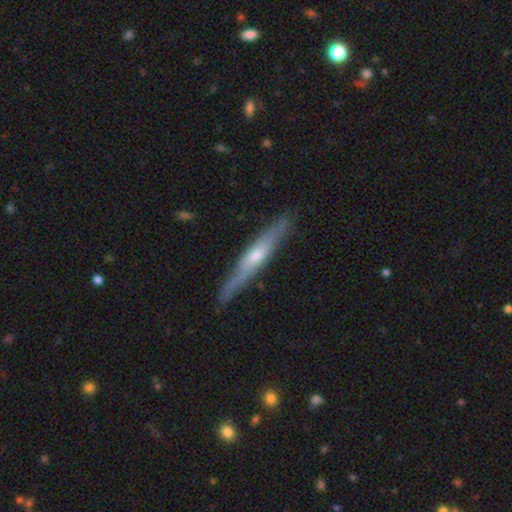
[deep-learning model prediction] Smooth or featured? featured or disk (68%)
Edge-on disk? yes (94%)
Edge-on bulge? rounded (75%)
Merging? none (87%)